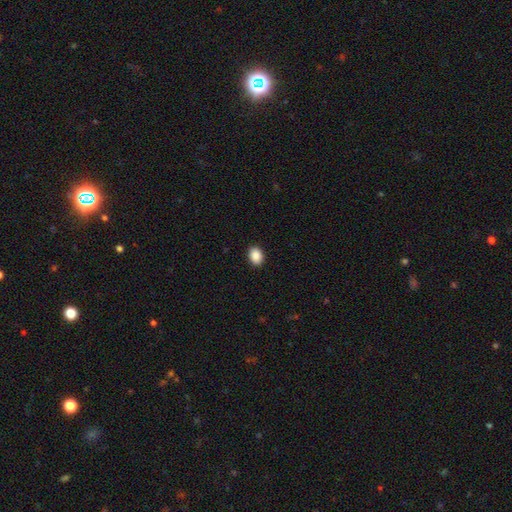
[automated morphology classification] type=smooth (90%); roundness=in between (71%); merging=none (91%).